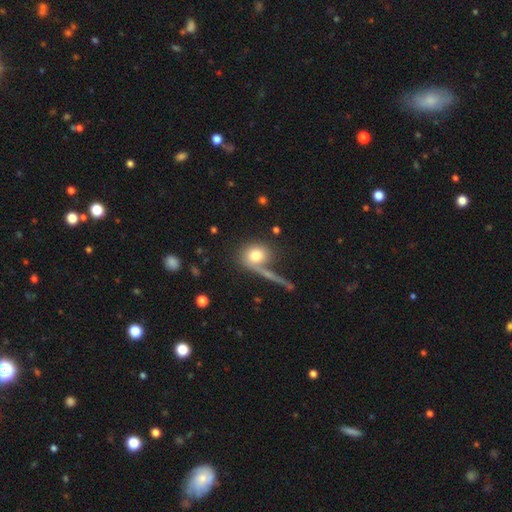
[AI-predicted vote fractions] Smooth or featured? smooth (75%)
How rounded? round (70%)
Merging? none (56%)